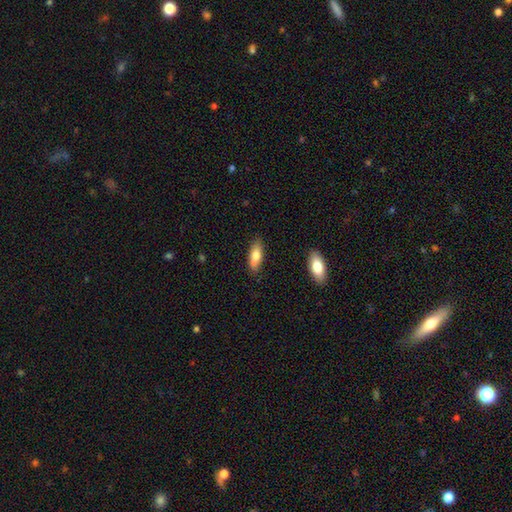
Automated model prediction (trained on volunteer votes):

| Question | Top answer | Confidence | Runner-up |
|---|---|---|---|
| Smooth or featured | smooth | 72% | featured or disk (22%) |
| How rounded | in between | 68% | cigar-shaped (30%) |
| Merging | none | 70% | minor disturbance (17%) |